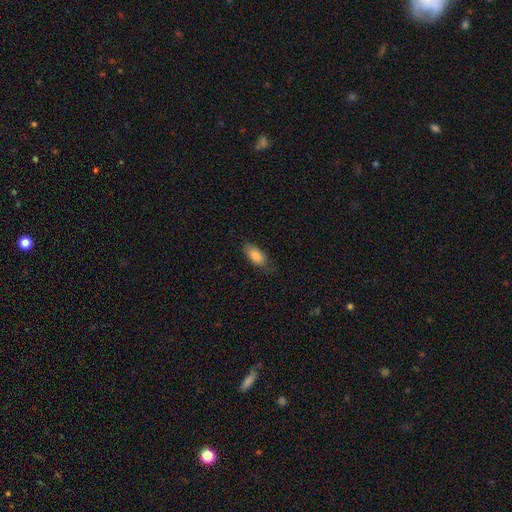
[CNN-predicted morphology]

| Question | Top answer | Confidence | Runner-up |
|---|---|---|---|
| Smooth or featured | smooth | 82% | featured or disk (12%) |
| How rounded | in between | 88% | cigar-shaped (10%) |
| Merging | none | 73% | minor disturbance (22%) |